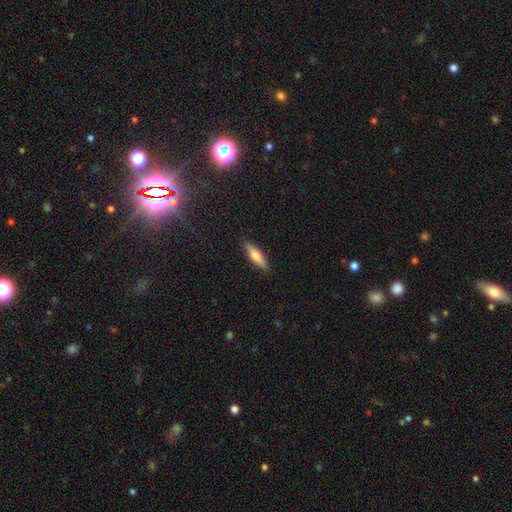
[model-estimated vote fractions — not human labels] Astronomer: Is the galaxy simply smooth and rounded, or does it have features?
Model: smooth — 72%.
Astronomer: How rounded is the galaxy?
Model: cigar-shaped — 62%.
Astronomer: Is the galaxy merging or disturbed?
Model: none — 87%.